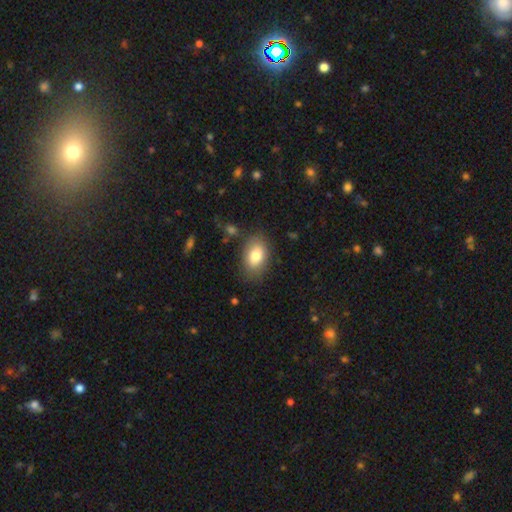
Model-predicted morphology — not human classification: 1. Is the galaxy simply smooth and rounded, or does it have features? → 80% smooth, 12% featured or disk, 8% star or artifact.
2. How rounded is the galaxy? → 86% in between, 13% round, 1% cigar-shaped.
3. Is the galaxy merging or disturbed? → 80% none, 14% minor disturbance, 4% major disturbance, 3% merger.